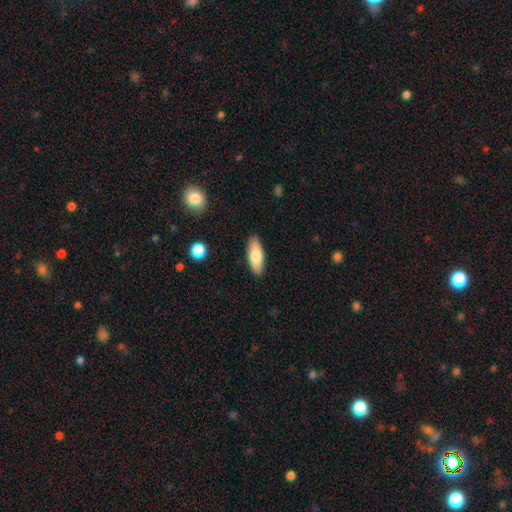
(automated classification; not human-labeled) smooth 76%, featured or disk 18%, star or artifact 6%. Down the decision tree: how rounded — in between (69%); merging — none (88%).